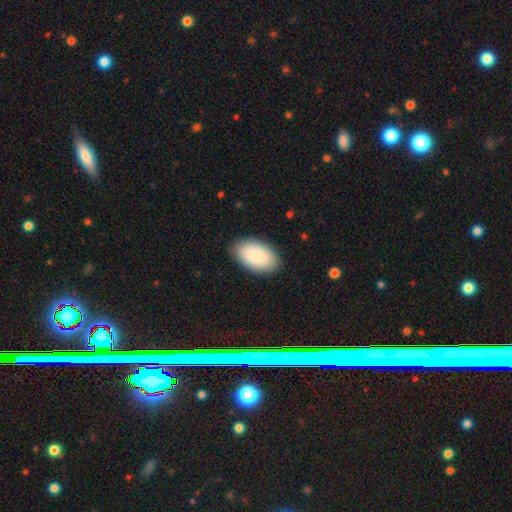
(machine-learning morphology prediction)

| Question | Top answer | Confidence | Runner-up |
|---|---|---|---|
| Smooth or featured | smooth | 88% | featured or disk (6%) |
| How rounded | in between | 95% | round (4%) |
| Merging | none | 85% | minor disturbance (11%) |